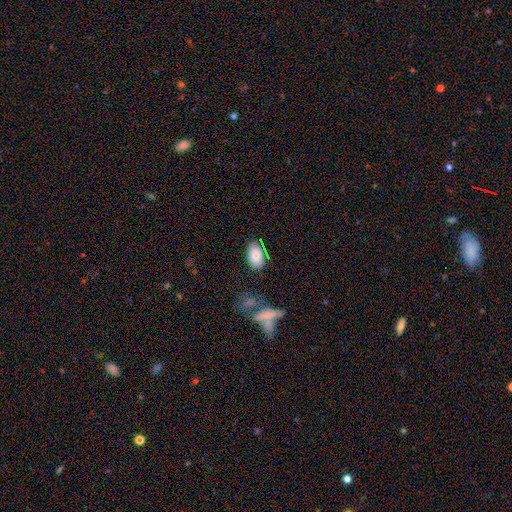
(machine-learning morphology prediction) type=smooth (78%); roundness=in between (92%); merging=none (74%).